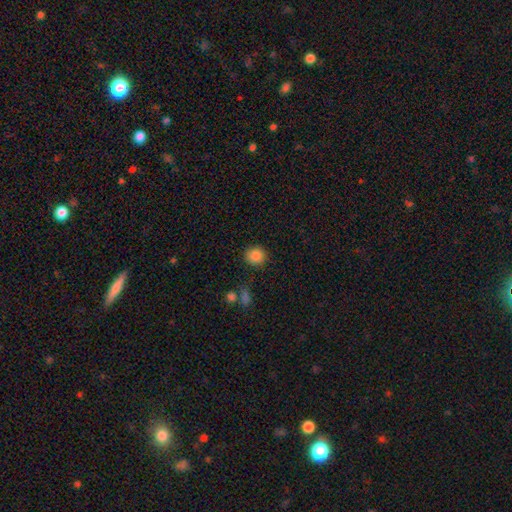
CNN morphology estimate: Q: Smooth or featured?
A: smooth (86%); runner-up: star or artifact (10%)
Q: How rounded?
A: round (90%); runner-up: in between (9%)
Q: Merging?
A: none (87%); runner-up: minor disturbance (8%)